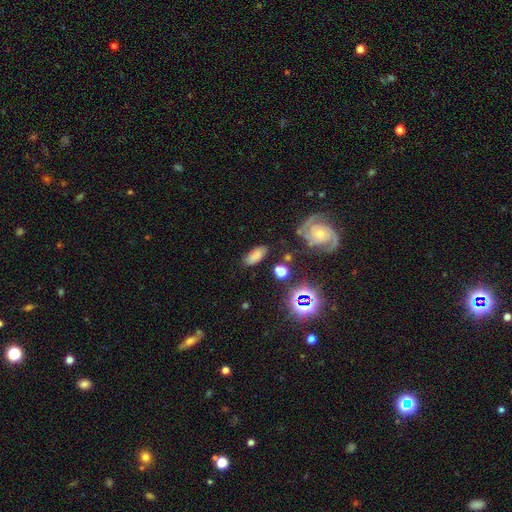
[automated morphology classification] type=smooth (71%); roundness=in between (86%); merging=none (79%).